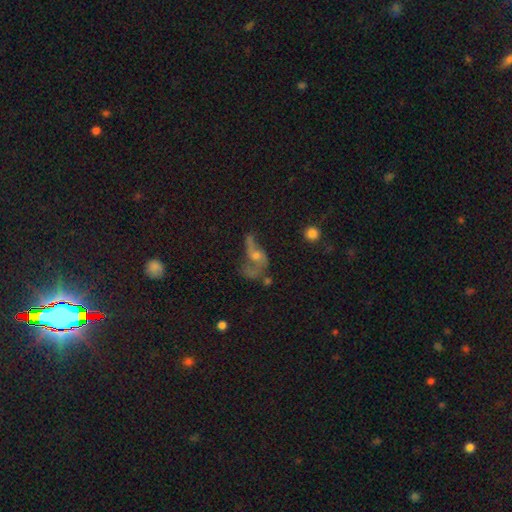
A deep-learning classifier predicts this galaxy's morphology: smooth_or_featured: featured or disk (p=0.64) [alt: smooth p=0.20]
disk_edge_on: no (p=0.94) [alt: yes p=0.06]
bar: no (p=0.72) [alt: weak p=0.22]
has_spiral_arms: yes (p=0.71) [alt: no p=0.29]
bulge_size: small (p=0.42) [tied with: moderate p=0.42]
merging: major disturbance (p=0.39) [alt: none p=0.32]